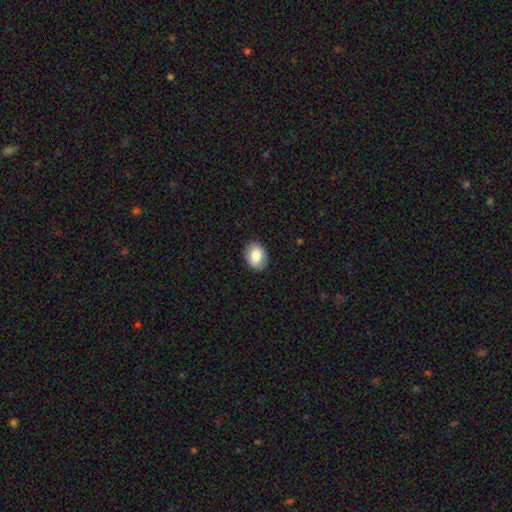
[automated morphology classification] smooth 84%, featured or disk 9%, star or artifact 7%. Down the decision tree: how rounded — in between (74%); merging — none (88%).